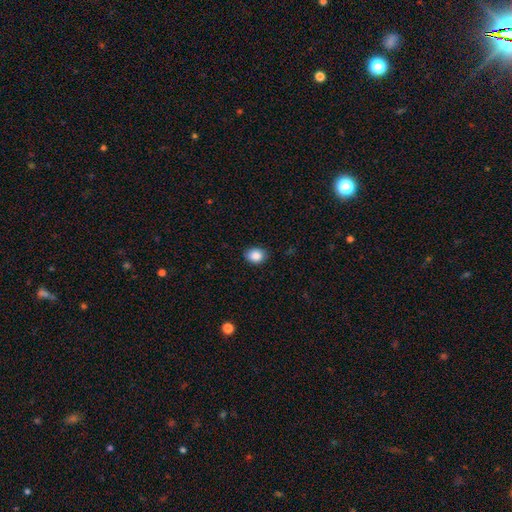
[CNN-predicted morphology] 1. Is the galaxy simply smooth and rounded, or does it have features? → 88% smooth, 9% star or artifact, 4% featured or disk.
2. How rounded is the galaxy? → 51% in between, 48% round, 1% cigar-shaped.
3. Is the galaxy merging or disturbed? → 87% none, 10% minor disturbance, 2% major disturbance, 1% merger.